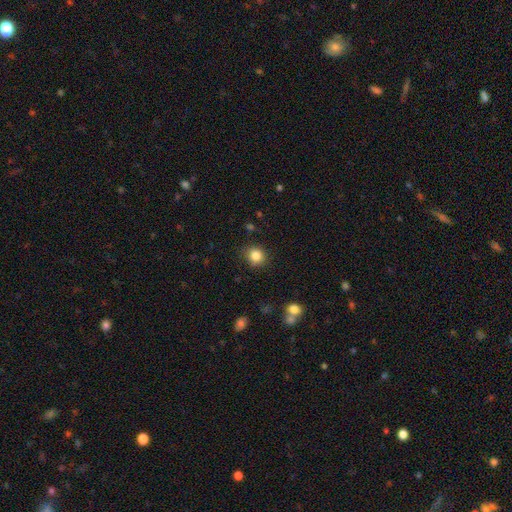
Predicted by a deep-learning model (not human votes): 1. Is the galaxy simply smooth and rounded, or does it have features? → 84% smooth, 11% star or artifact, 5% featured or disk.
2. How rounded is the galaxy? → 84% round, 15% in between, 1% cigar-shaped.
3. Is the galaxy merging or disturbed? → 85% none, 11% minor disturbance, 3% major disturbance, 2% merger.